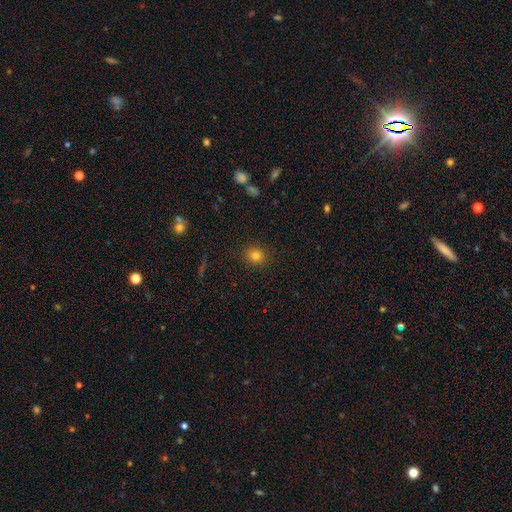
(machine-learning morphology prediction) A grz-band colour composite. It shows a smooth galaxy with no disk features (80%) that is round (78%). Merging: none (89%).